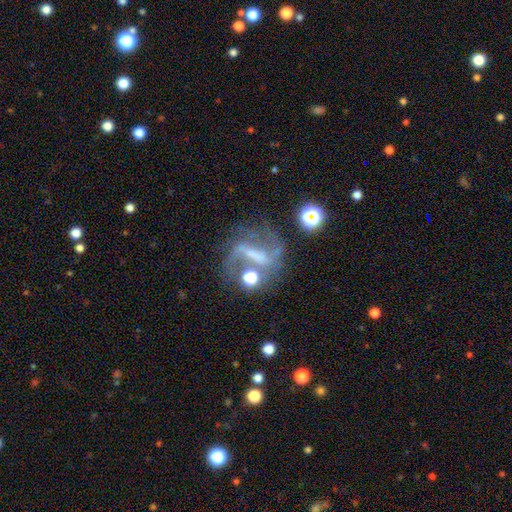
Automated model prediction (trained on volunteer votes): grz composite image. It shows a featured or disk galaxy (71%) with a strong bar (56%), 2 (80%) loose (48%) spiral arms (80%) and no central bulge (42%). Merging: none (53%).